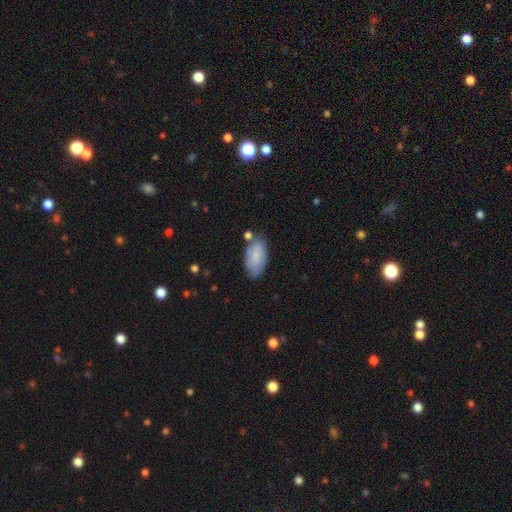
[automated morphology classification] A smooth galaxy with no disk features (80%) that is in between round and cigar-shaped (93%).

Vote fractions:
- Smooth or featured? smooth: 80% / featured or disk: 13% / star or artifact: 6%
- How rounded? in between: 93% / cigar-shaped: 3% / round: 3%
- Merging? none: 64% / minor disturbance: 22% / merger: 9% / major disturbance: 5%